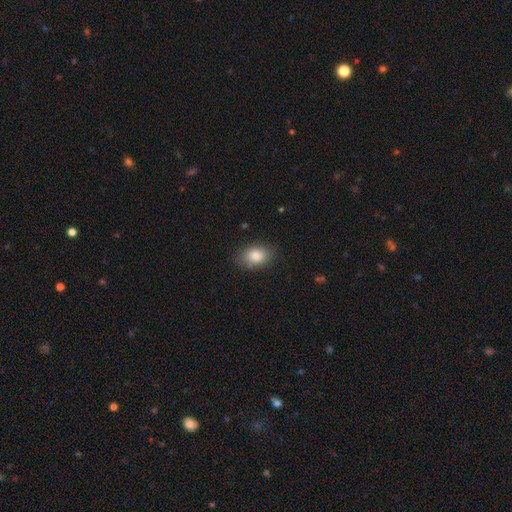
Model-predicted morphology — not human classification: type=smooth (86%); roundness=in between (74%); merging=none (80%).